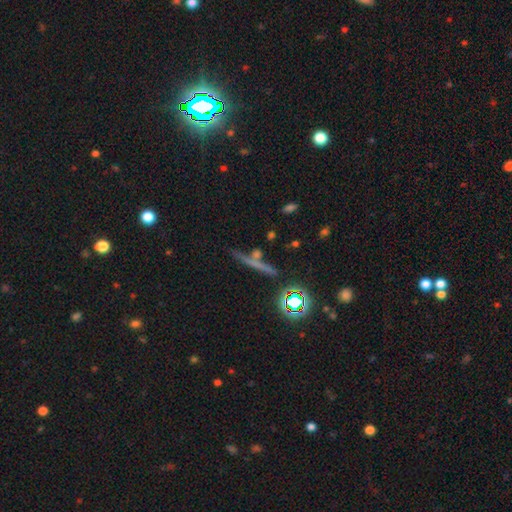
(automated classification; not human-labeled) Smooth or featured: featured or disk — 38% (tied with smooth — 38%)
Merging: none — 75% (minor disturbance — 12%)